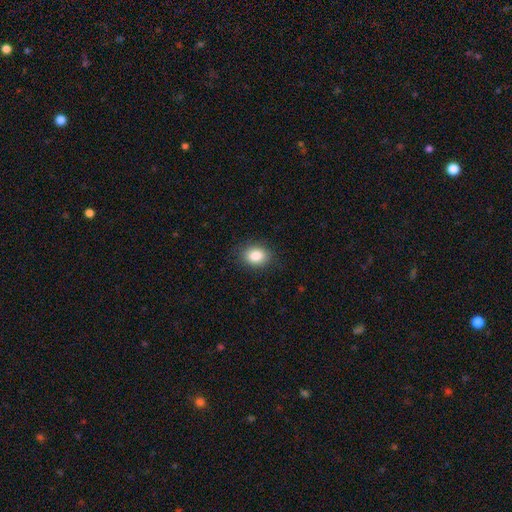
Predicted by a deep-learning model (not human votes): Overall: smooth (85%). How rounded: in between (61%; round 38%). Merging: none (86%).